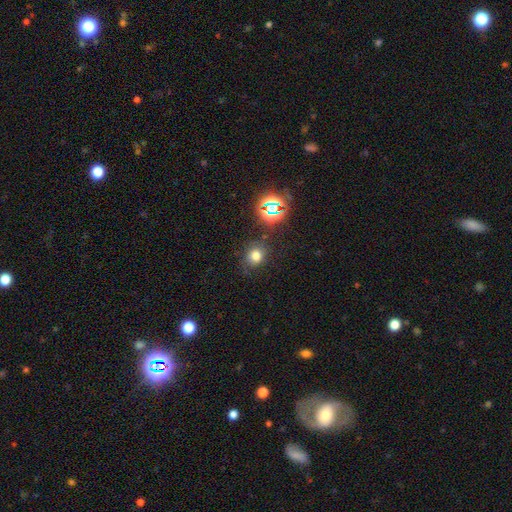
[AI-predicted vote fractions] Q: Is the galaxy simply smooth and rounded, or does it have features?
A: smooth — 70%.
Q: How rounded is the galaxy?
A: round — 68%.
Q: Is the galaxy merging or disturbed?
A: none — 77%.